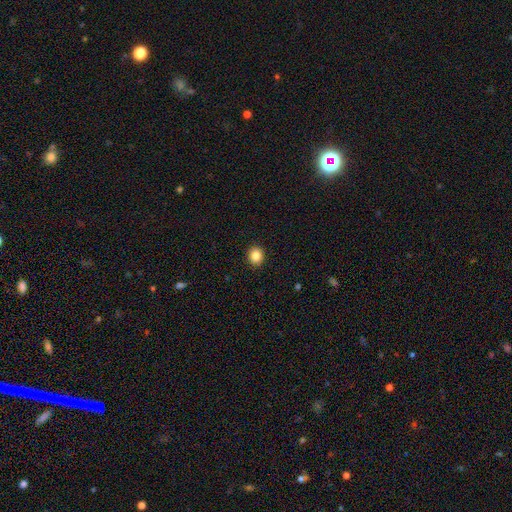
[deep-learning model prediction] The model was most divided on "how rounded": round: 78%, in between: 21%, cigar-shaped: 1%. More confident: merging — none (92%); smooth or featured — smooth (85%).